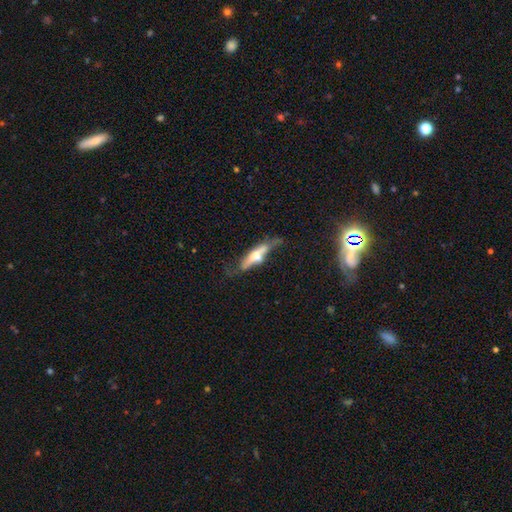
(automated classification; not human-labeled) The model was most divided on "smooth or featured": featured or disk: 52%, smooth: 41%, star or artifact: 7%. Remaining: edge-on disk — yes (77%); merging — none (43%).